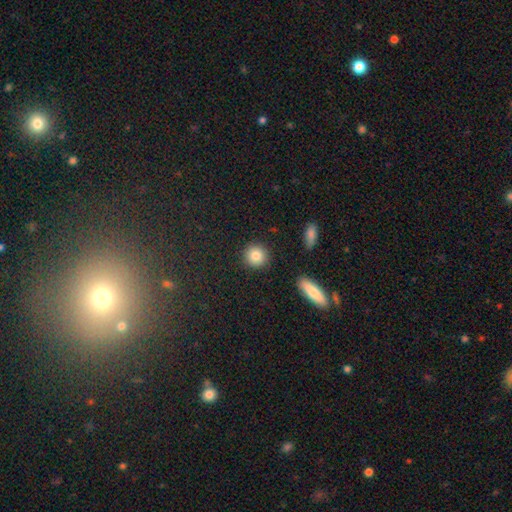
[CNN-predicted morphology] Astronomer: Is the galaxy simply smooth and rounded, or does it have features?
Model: smooth — 85%.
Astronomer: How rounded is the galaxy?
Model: round — 91%.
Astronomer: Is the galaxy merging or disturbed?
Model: none — 90%.